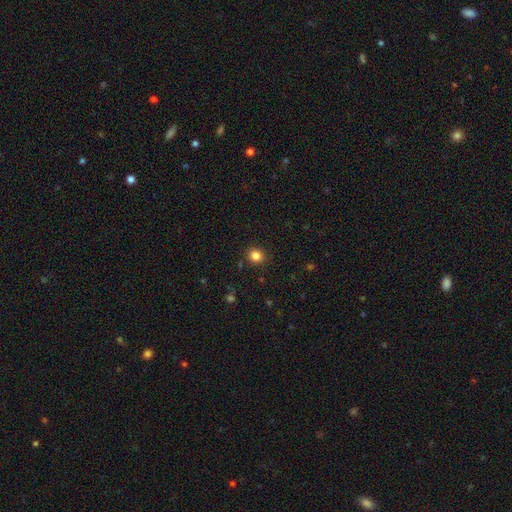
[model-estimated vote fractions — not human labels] The model was most divided on "smooth or featured": smooth: 83%, star or artifact: 12%, featured or disk: 5%. More confident: merging — none (90%); how rounded — round (86%).